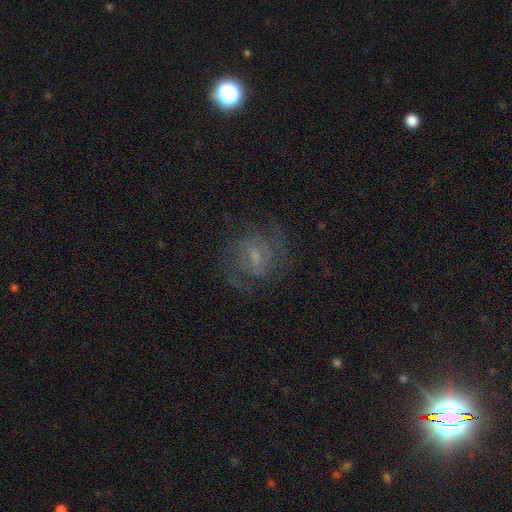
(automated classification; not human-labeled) smooth_or_featured: featured or disk (p=0.73) [alt: smooth p=0.17]
disk_edge_on: no (p=0.97) [alt: yes p=0.03]
bar: weak (p=0.58) [alt: no p=0.22]
has_spiral_arms: yes (p=0.88) [alt: no p=0.12]
spiral_winding: medium (p=0.49) [alt: tight p=0.35]
spiral_arm_count: 2 (p=0.55) [alt: can't tell p=0.26]
bulge_size: small (p=0.55) [alt: moderate p=0.25]
merging: none (p=0.70) [alt: minor disturbance p=0.16]